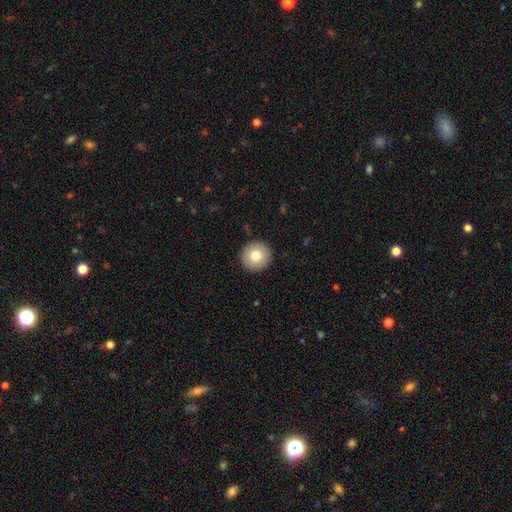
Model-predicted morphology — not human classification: smooth 79%, featured or disk 12%, star or artifact 9%. Down the decision tree: how rounded — round (95%); merging — none (93%).